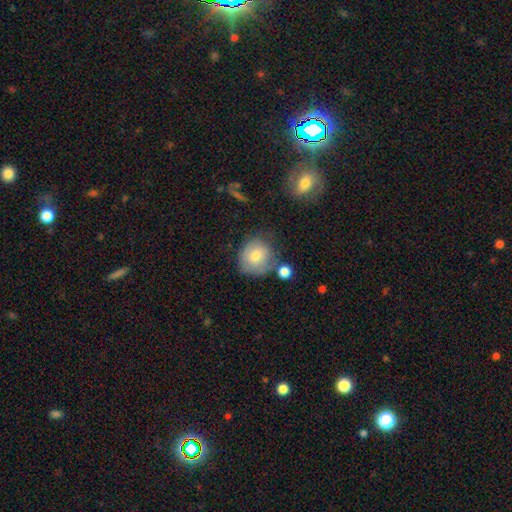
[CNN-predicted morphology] Smooth or featured? Predicted: smooth (p=0.73). How rounded? Predicted: round (p=0.83). Merging? Predicted: none (p=0.59).